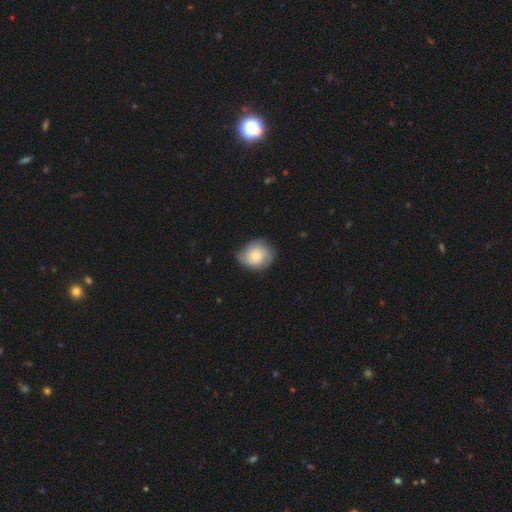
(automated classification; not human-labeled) Smooth or featured: smooth — 58% (featured or disk — 35%)
How rounded: round — 69% (in between — 30%)
Merging: none — 60% (minor disturbance — 31%)